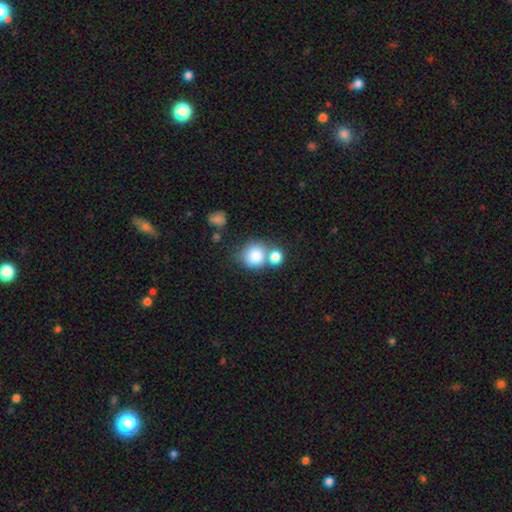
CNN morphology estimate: A smooth galaxy with no disk features (81%) that is round (80%).

Vote fractions:
- Smooth or featured? smooth: 81% / featured or disk: 10% / star or artifact: 10%
- How rounded? round: 80% / in between: 19% / cigar-shaped: 1%
- Merging? none: 45% / merger: 41% / minor disturbance: 10% / major disturbance: 4%